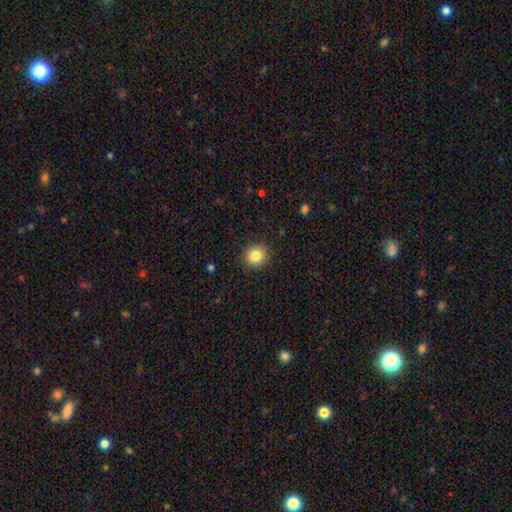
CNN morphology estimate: The model was most divided on "smooth or featured": smooth: 84%, star or artifact: 10%, featured or disk: 6%. More confident: merging — none (91%); how rounded — round (88%).